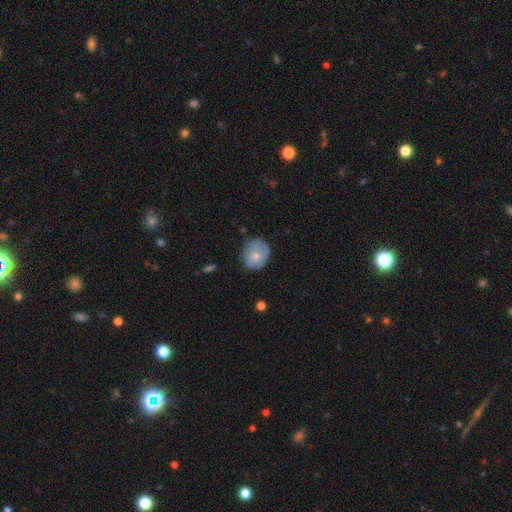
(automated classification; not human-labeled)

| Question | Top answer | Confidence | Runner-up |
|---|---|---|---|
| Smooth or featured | smooth | 67% | featured or disk (25%) |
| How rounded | round | 67% | in between (32%) |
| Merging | none | 59% | minor disturbance (28%) |